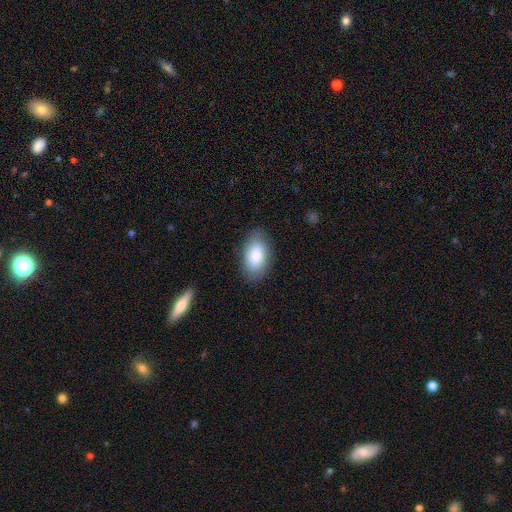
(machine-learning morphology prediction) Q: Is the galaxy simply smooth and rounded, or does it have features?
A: smooth — 81%.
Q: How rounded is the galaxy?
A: in between — 94%.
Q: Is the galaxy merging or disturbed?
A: none — 83%.